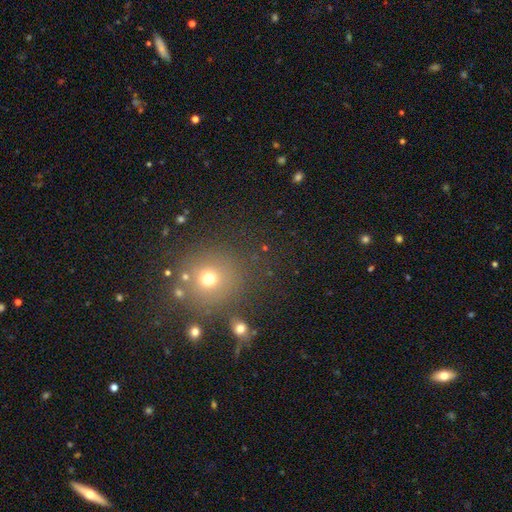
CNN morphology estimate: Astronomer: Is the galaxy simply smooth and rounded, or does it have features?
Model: smooth — 51% (runner-up: star or artifact, 39%).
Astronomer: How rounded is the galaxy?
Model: round — 86%.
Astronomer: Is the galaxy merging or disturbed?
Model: none — 83%.